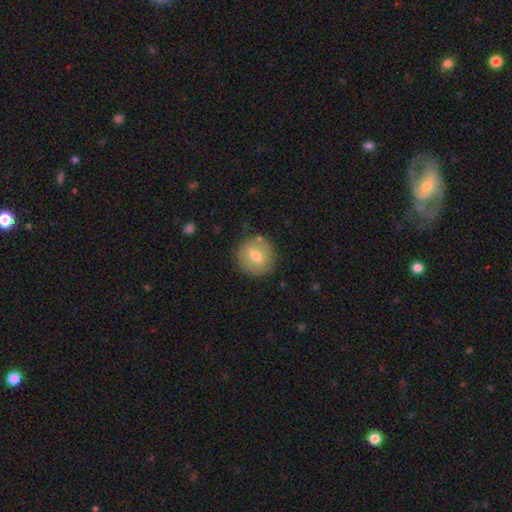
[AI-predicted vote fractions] smooth-or-featured: smooth: 64% | featured or disk: 28% | star or artifact: 8%
  how-rounded: round: 89% | in between: 10% | cigar-shaped: 1%
  merging: none: 84% | minor disturbance: 11% | major disturbance: 3% | merger: 2%